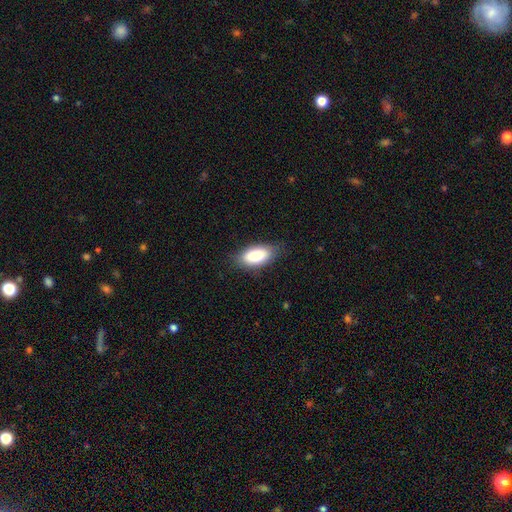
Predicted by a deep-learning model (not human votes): Smooth or featured?
  - smooth: 85% *
  - featured or disk: 9%
  - star or artifact: 6%
How rounded?
  - in between: 91% *
  - cigar-shaped: 6%
  - round: 3%
Merging?
  - none: 80% *
  - minor disturbance: 16%
  - major disturbance: 3%
  - merger: 1%